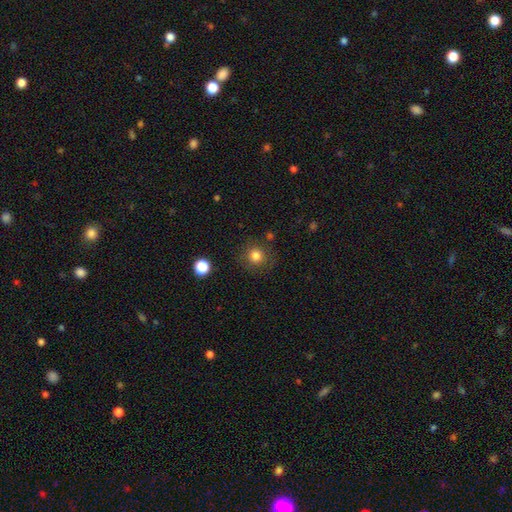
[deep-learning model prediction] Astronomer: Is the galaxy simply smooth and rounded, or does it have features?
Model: smooth — 81%.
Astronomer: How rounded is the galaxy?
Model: round — 93%.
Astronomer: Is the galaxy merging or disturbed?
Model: none — 84%.